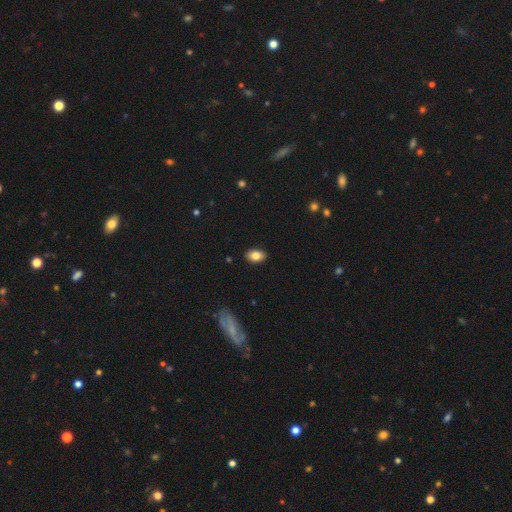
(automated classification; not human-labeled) This appears to be a smooth galaxy with no disk features (83%) that is in between round and cigar-shaped (90%). Merging: none (88%).